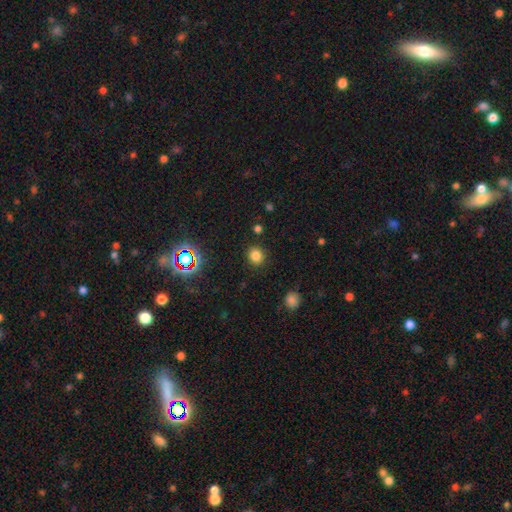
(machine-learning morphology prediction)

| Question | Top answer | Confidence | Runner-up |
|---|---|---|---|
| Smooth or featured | smooth | 79% | star or artifact (16%) |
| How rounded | round | 84% | in between (15%) |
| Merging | none | 89% | minor disturbance (7%) |